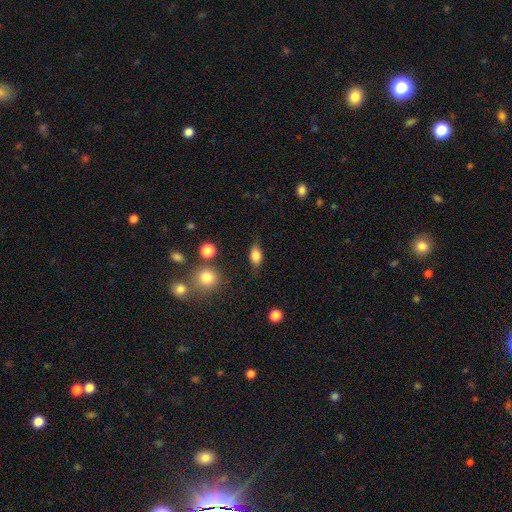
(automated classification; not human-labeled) The model was most divided on "merging": none: 79%, minor disturbance: 15%, major disturbance: 4%, merger: 2%. More confident: how rounded — in between (85%); smooth or featured — smooth (82%).